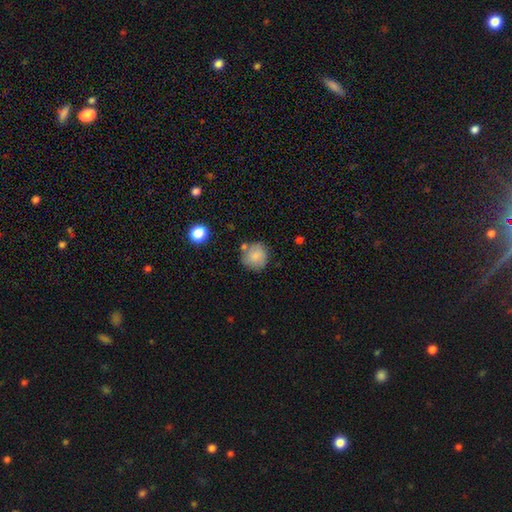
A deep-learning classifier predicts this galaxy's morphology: A smooth galaxy with no disk features (83%) that is round (89%).

Vote fractions:
- Smooth or featured? smooth: 83% / featured or disk: 9% / star or artifact: 8%
- How rounded? round: 89% / in between: 10% / cigar-shaped: 1%
- Merging? none: 70% / minor disturbance: 17% / merger: 8% / major disturbance: 5%